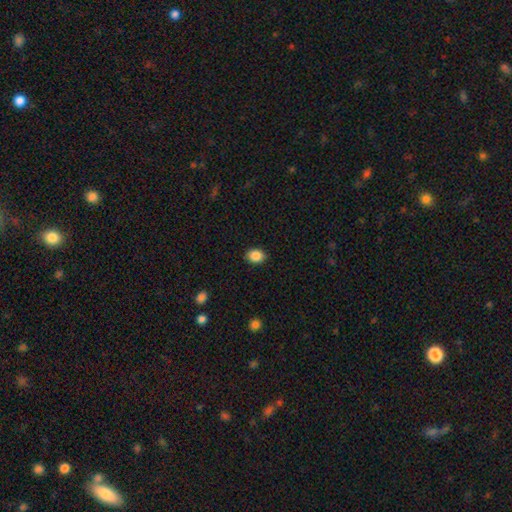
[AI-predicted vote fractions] Smooth or featured: smooth — 88% (star or artifact — 9%)
How rounded: in between — 61% (round — 38%)
Merging: none — 89% (minor disturbance — 8%)